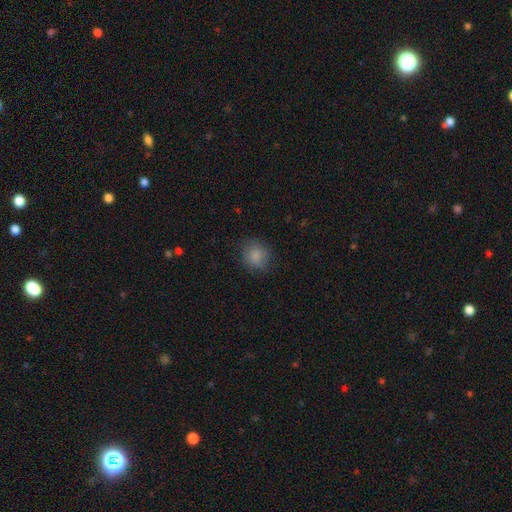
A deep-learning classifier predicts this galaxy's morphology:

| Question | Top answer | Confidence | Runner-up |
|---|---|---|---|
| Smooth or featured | smooth | 85% | star or artifact (9%) |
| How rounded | round | 76% | in between (23%) |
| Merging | none | 80% | minor disturbance (14%) |